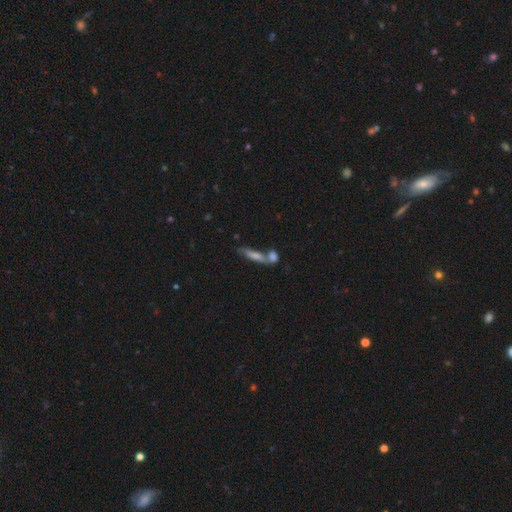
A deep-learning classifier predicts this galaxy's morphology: Q: Smooth or featured?
A: smooth (53%); runner-up: featured or disk (34%)
Q: How rounded?
A: cigar-shaped (71%); runner-up: in between (24%)
Q: Merging?
A: merger (43%); tied with: none (43%)